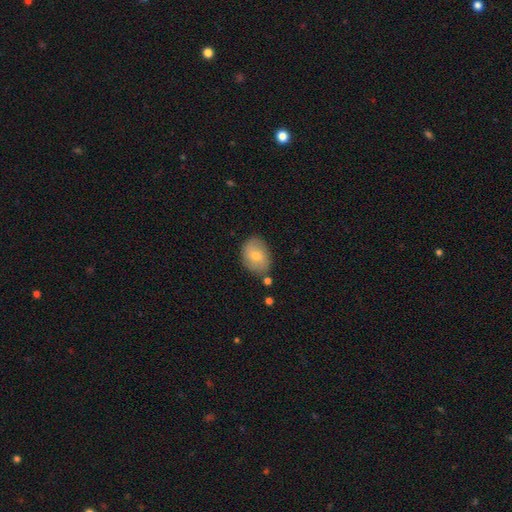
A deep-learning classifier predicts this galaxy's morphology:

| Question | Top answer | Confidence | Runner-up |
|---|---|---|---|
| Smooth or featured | smooth | 70% | featured or disk (23%) |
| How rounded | in between | 73% | round (26%) |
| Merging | none | 75% | minor disturbance (17%) |